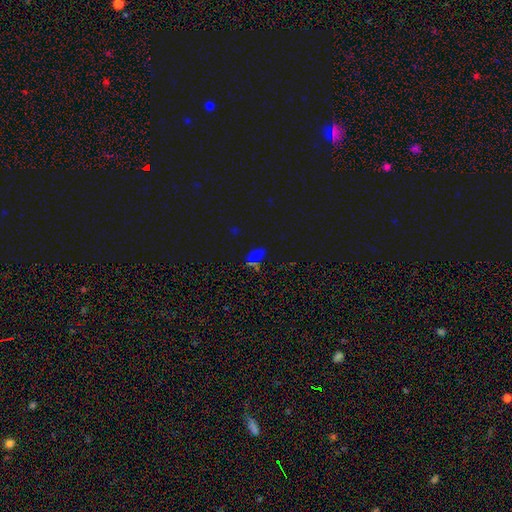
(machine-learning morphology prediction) Smooth or featured?
  - star or artifact: 54% *
  - smooth: 38%
  - featured or disk: 8%